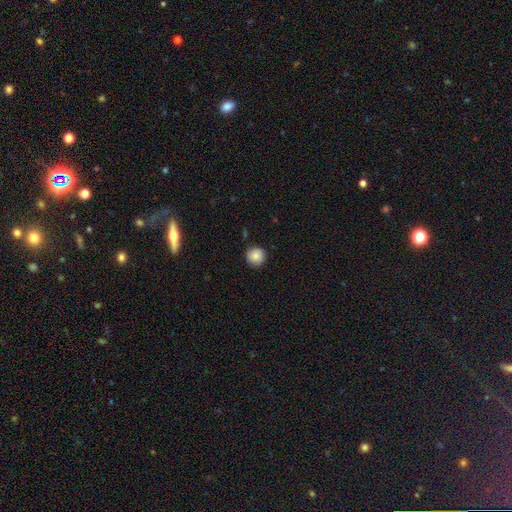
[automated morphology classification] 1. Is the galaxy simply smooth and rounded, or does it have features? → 85% smooth, 9% star or artifact, 6% featured or disk.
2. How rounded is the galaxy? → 95% round, 4% in between, 1% cigar-shaped.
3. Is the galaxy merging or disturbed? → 88% none, 9% minor disturbance, 2% major disturbance, 1% merger.